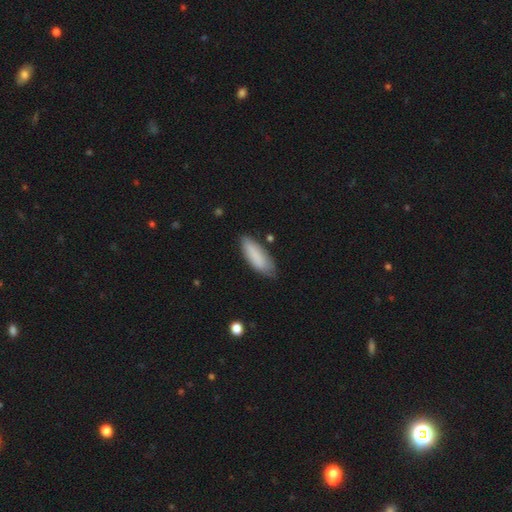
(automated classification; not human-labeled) Q: Smooth or featured?
A: smooth (85%); runner-up: featured or disk (9%)
Q: How rounded?
A: in between (61%); runner-up: cigar-shaped (37%)
Q: Merging?
A: none (74%); runner-up: minor disturbance (20%)